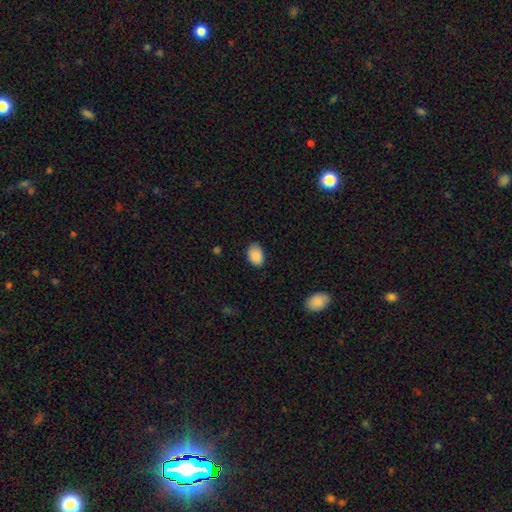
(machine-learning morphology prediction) Smooth or featured? smooth (89%)
How rounded? in between (82%)
Merging? none (80%)